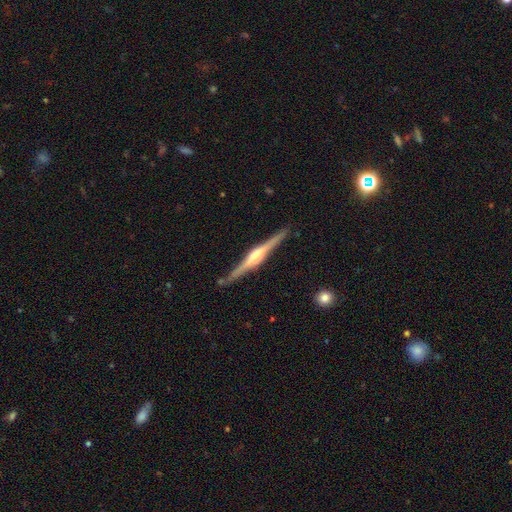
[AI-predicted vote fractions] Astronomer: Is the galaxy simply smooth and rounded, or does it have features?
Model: featured or disk — 80%.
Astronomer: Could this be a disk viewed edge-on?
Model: yes — 98%.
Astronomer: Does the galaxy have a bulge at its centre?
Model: rounded — 79%.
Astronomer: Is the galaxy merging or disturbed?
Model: none — 88%.